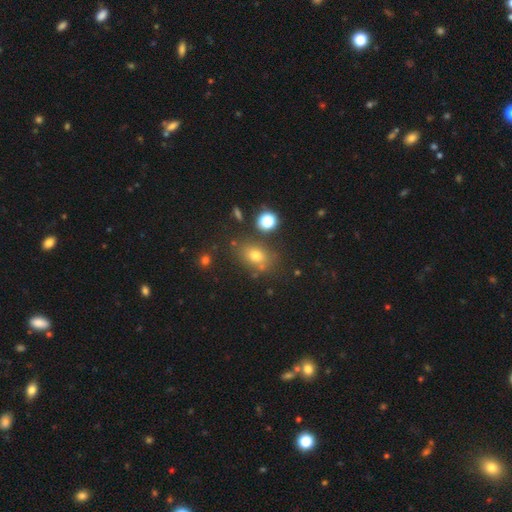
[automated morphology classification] Smooth or featured? Predicted: smooth (p=0.72). How rounded? Predicted: in between (p=0.69). Merging? Predicted: none (p=0.70).